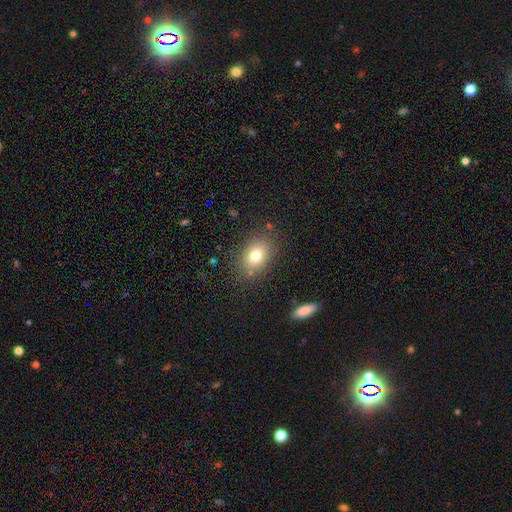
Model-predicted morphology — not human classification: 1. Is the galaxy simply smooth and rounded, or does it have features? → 76% smooth, 12% featured or disk, 11% star or artifact.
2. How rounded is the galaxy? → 69% in between, 29% round, 1% cigar-shaped.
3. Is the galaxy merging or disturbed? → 81% none, 12% minor disturbance, 4% major disturbance, 3% merger.